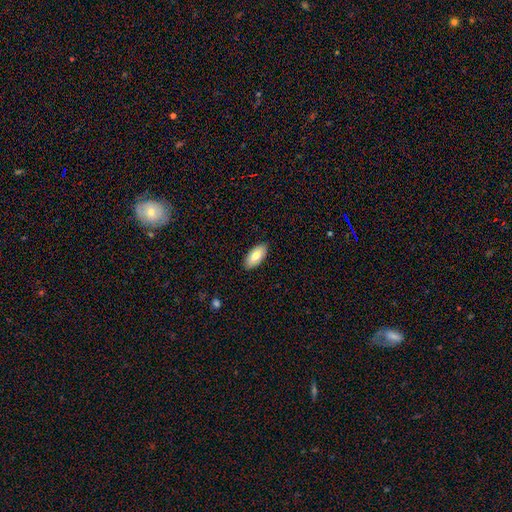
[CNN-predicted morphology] type=smooth (79%); roundness=in between (91%); merging=none (89%).